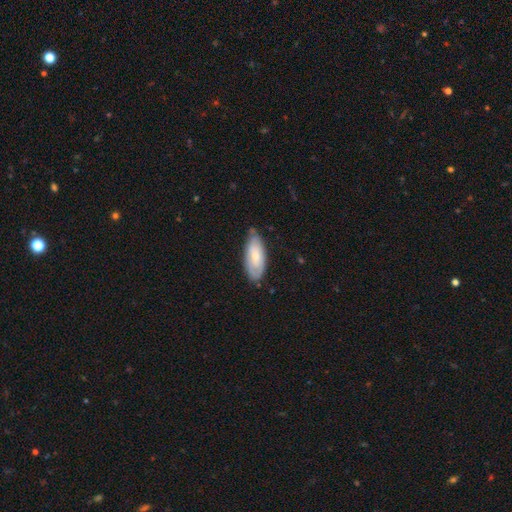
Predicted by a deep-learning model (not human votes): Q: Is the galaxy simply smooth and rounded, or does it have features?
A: smooth — 56%.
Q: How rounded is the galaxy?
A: in between — 82%.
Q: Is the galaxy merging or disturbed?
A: none — 65%.